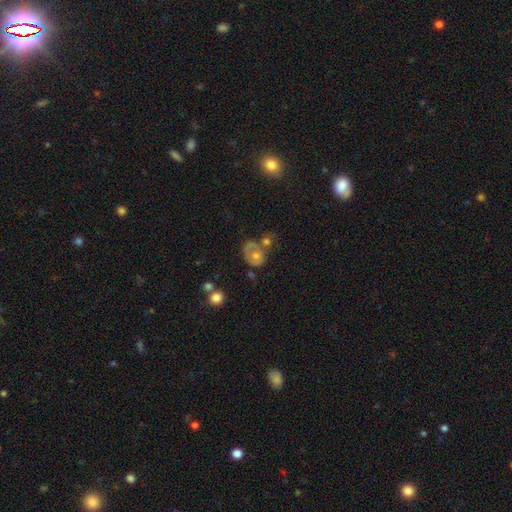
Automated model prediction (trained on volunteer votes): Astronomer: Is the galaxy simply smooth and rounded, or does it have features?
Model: featured or disk — 47% (runner-up: smooth, 40%).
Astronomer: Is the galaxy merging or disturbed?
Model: none — 42% (runner-up: merger, 21%).